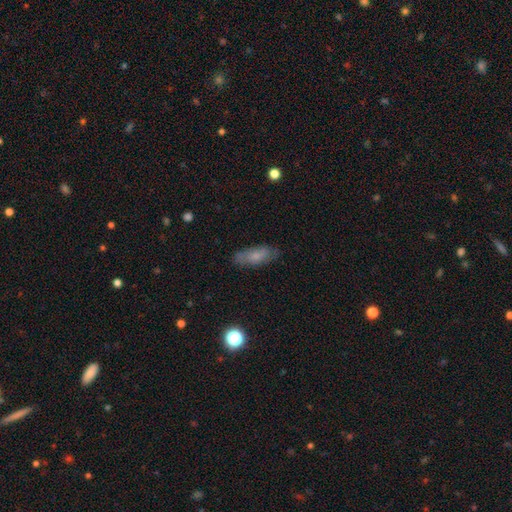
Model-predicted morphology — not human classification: The model was most divided on "smooth or featured": smooth: 66%, featured or disk: 26%, star or artifact: 8%. More confident: merging — none (77%); how rounded — in between (71%).